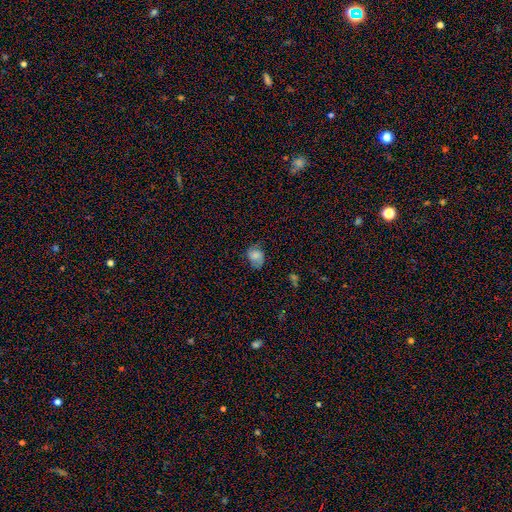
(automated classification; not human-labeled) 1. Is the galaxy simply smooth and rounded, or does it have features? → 72% smooth, 18% featured or disk, 10% star or artifact.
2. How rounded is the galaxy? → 54% round, 45% in between, 1% cigar-shaped.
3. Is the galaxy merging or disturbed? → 62% none, 28% minor disturbance, 9% major disturbance, 2% merger.